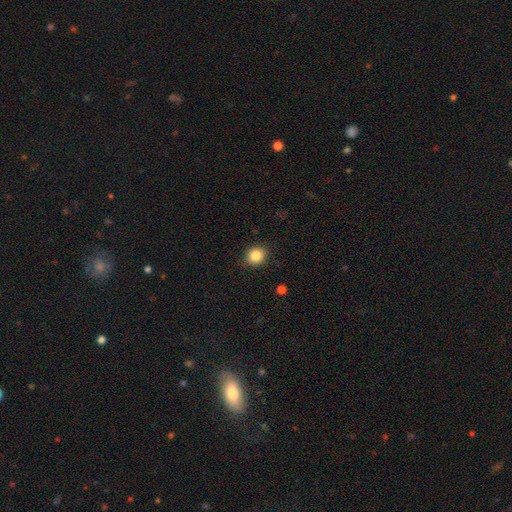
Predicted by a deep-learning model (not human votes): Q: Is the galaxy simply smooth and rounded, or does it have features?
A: smooth — 85%.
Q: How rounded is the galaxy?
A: round — 74%.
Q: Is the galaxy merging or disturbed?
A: none — 88%.